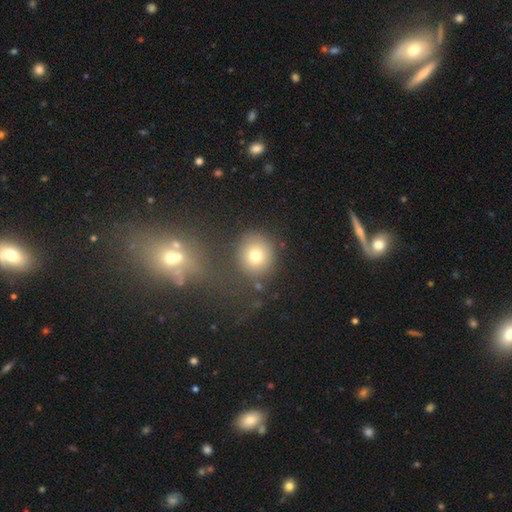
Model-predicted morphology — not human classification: smooth-or-featured: smooth: 75% | star or artifact: 14% | featured or disk: 11%
  how-rounded: round: 88% | in between: 11% | cigar-shaped: 1%
  merging: none: 77% | minor disturbance: 9% | merger: 8% | major disturbance: 5%